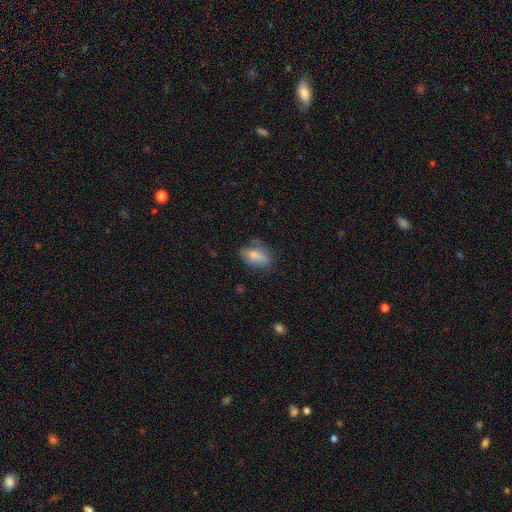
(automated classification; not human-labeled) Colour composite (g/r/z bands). It shows a smooth galaxy with no disk features (76%) that is in between round and cigar-shaped (86%). Merging: none (59%).